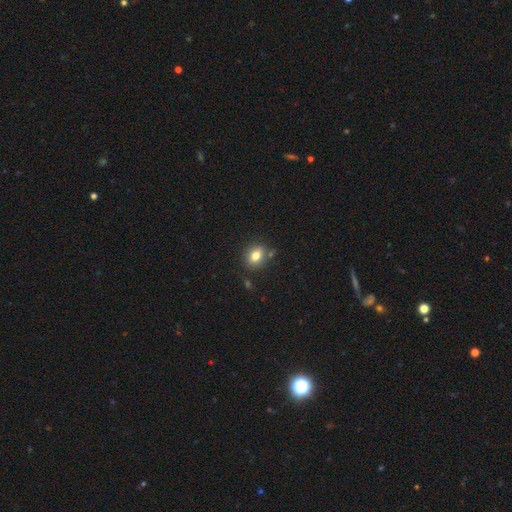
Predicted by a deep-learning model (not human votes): smooth_or_featured: smooth (p=0.78) [alt: featured or disk p=0.11]
how_rounded: in between (p=0.50) [alt: round p=0.49]
merging: none (p=0.80) [alt: minor disturbance p=0.11]